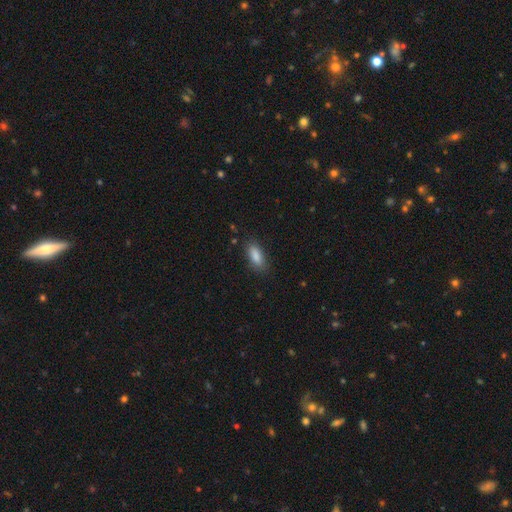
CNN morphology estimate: Overall: smooth (87%). How rounded: in between (81%). Merging: none (82%).